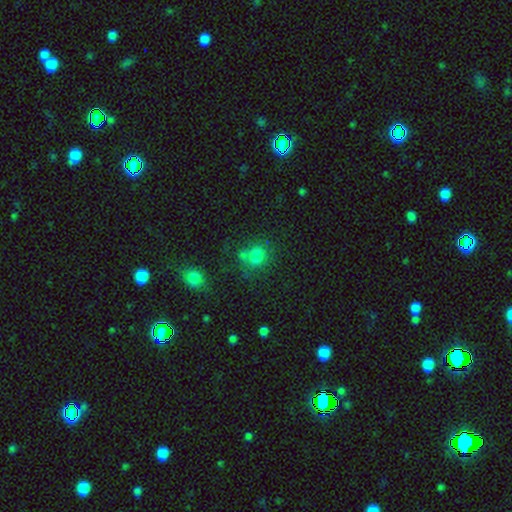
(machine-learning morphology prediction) A smooth galaxy with no disk features (76%) that is round (76%).

Vote fractions:
- Smooth or featured? smooth: 76% / star or artifact: 15% / featured or disk: 8%
- How rounded? round: 76% / in between: 23% / cigar-shaped: 1%
- Merging? none: 56% / merger: 23% / minor disturbance: 13% / major disturbance: 7%